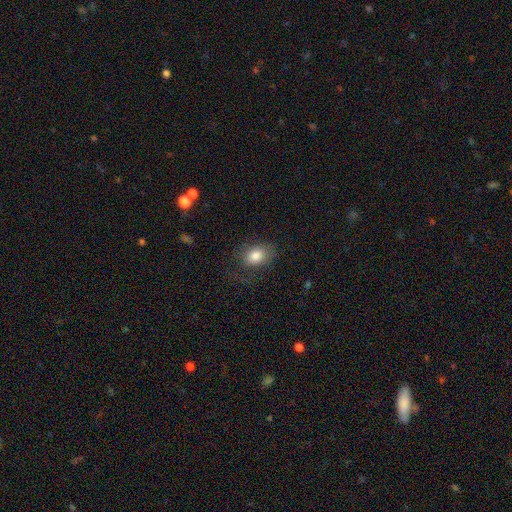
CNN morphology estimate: Smooth or featured? smooth (81%)
How rounded? in between (74%)
Merging? none (65%)